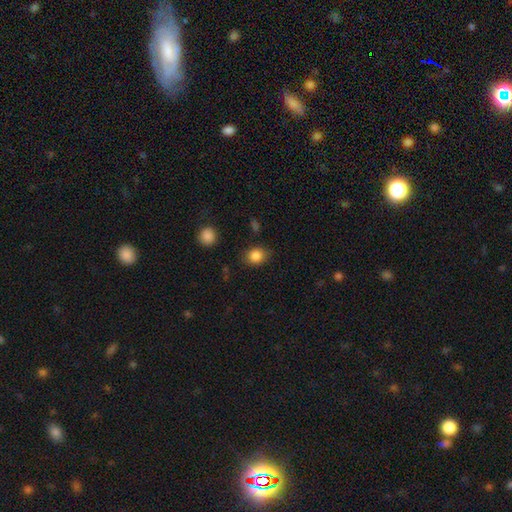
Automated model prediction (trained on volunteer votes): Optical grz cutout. It shows a smooth galaxy with no disk features (85%) that is round (62%). Merging: none (80%).